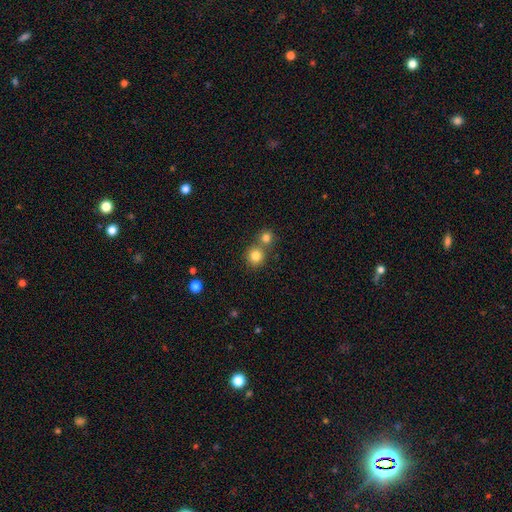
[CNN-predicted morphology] Smooth or featured?
  - smooth: 82% *
  - star or artifact: 12%
  - featured or disk: 6%
How rounded?
  - round: 90% *
  - in between: 9%
  - cigar-shaped: 1%
Merging?
  - none: 62% *
  - merger: 30%
  - minor disturbance: 6%
  - major disturbance: 2%